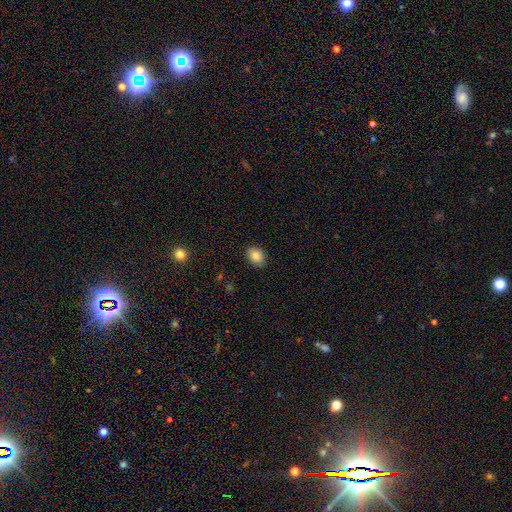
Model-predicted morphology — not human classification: Smooth or featured? smooth (84%)
How rounded? in between (66%)
Merging? none (88%)